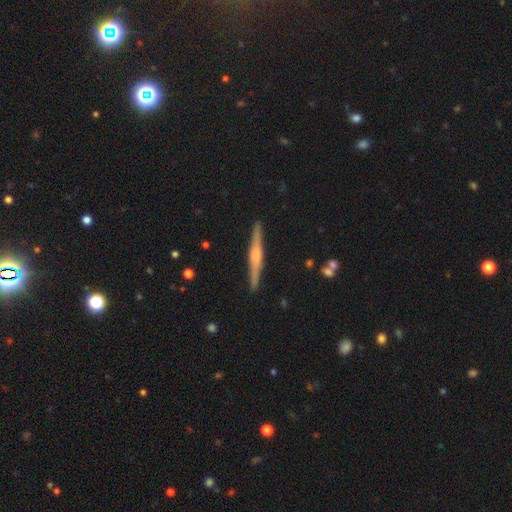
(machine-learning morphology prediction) Q: Smooth or featured?
A: featured or disk (74%); runner-up: smooth (21%)
Q: Edge-on disk?
A: yes (98%); runner-up: no (2%)
Q: Edge-on bulge?
A: rounded (64%); runner-up: boxy (23%)
Q: Merging?
A: none (91%); runner-up: minor disturbance (6%)